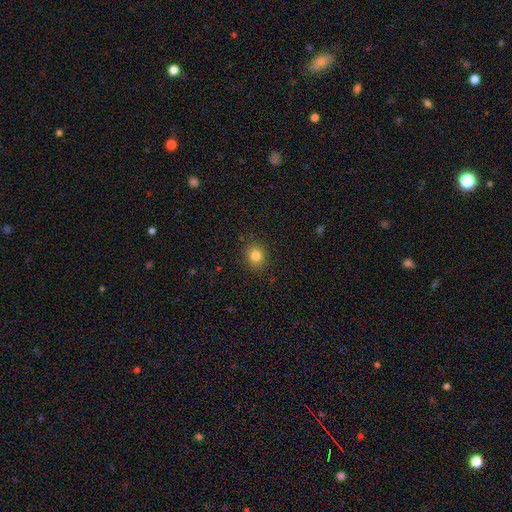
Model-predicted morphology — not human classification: A smooth galaxy with no disk features (82%) that is round (79%).

Vote fractions:
- Smooth or featured? smooth: 82% / star or artifact: 12% / featured or disk: 6%
- How rounded? round: 79% / in between: 21% / cigar-shaped: 1%
- Merging? none: 89% / minor disturbance: 8% / major disturbance: 2% / merger: 1%